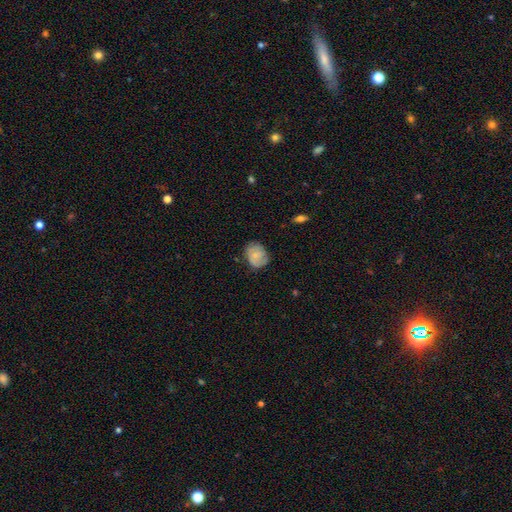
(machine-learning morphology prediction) Smooth or featured? smooth (59%)
How rounded? in between (50%)
Merging? none (67%)